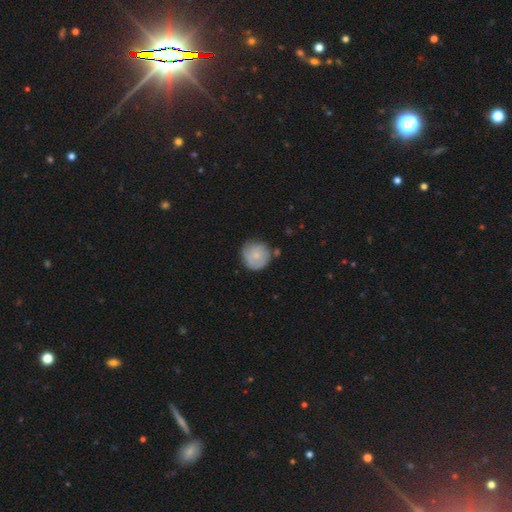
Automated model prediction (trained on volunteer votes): Smooth or featured?
  - smooth: 71% *
  - featured or disk: 23%
  - star or artifact: 6%
How rounded?
  - round: 93% *
  - in between: 6%
  - cigar-shaped: 1%
Merging?
  - none: 71% *
  - minor disturbance: 20%
  - major disturbance: 5%
  - merger: 4%